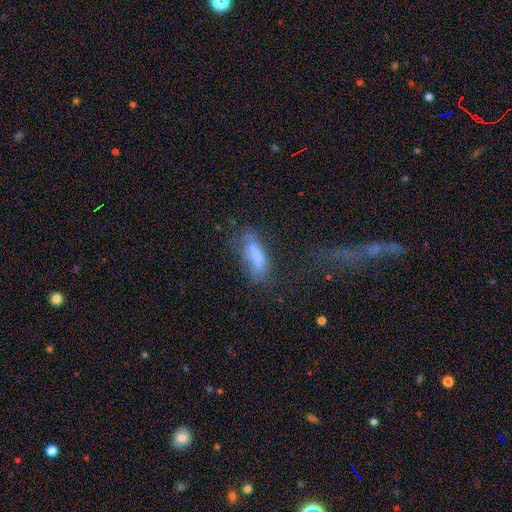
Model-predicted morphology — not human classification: Smooth or featured? Predicted: smooth (p=0.66). How rounded? Predicted: in between (p=0.57). Merging? Predicted: none (p=0.36).